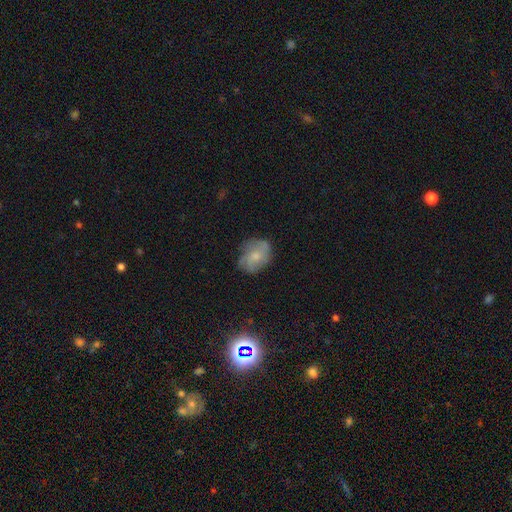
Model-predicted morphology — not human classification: Smooth or featured? Predicted: smooth (p=0.49). Merging? Predicted: none (p=0.66).